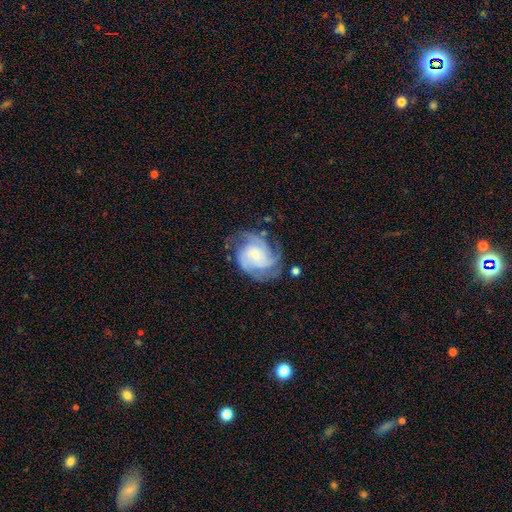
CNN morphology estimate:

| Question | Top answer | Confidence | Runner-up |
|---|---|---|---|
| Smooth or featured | featured or disk | 87% | smooth (7%) |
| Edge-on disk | no | 98% | yes (2%) |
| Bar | no | 69% | weak (26%) |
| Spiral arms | yes | 98% | no (2%) |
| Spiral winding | tight | 49% | medium (42%) |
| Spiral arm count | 3 | 44% | 4 (18%) |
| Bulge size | small | 66% | moderate (22%) |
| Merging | none | 68% | minor disturbance (19%) |